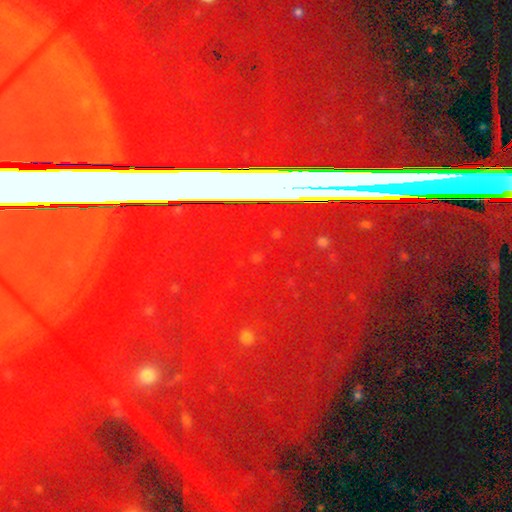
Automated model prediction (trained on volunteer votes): smooth_or_featured: star or artifact (p=0.81) [alt: featured or disk p=0.11]